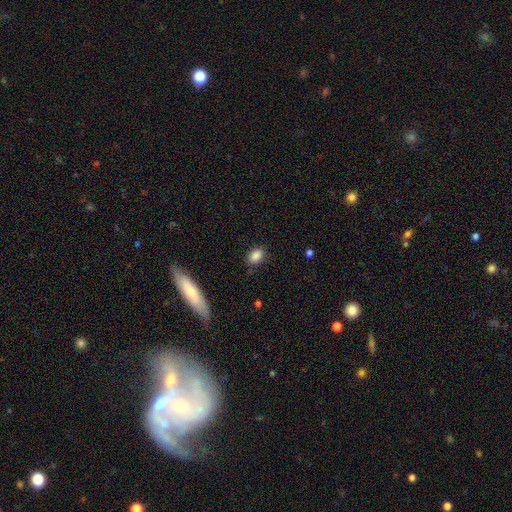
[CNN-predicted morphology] smooth 86%, star or artifact 9%, featured or disk 5%. Down the decision tree: how rounded — in between (80%); merging — none (84%).